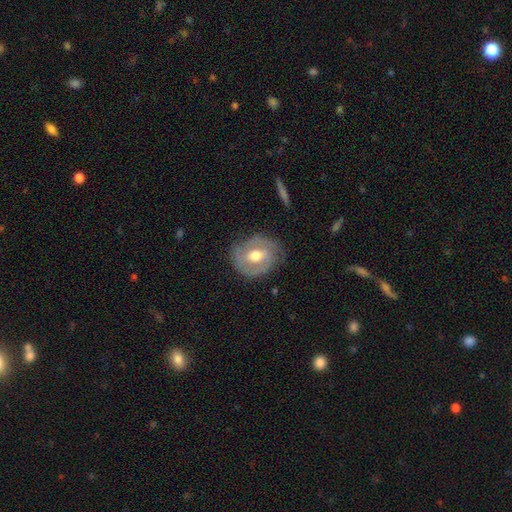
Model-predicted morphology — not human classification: The model was most divided on "bar": weak: 47%, no: 35%, strong: 18%. More confident: edge-on disk — no (95%); bulge size — moderate (75%); spiral arms — yes (74%); merging — none (73%); smooth or featured — featured or disk (67%).